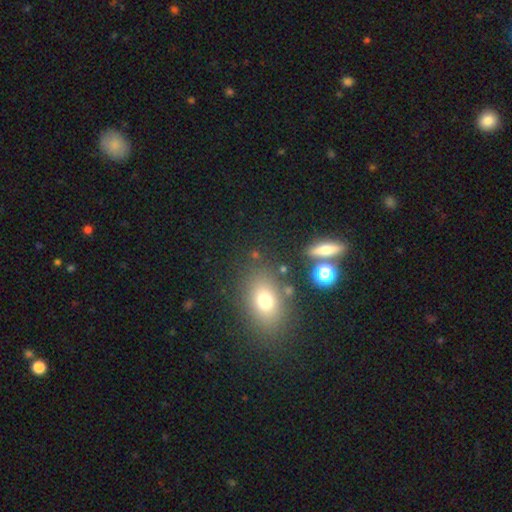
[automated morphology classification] smooth 64%, star or artifact 21%, featured or disk 15%. Down the decision tree: how rounded — in between (60%); merging — none (77%).